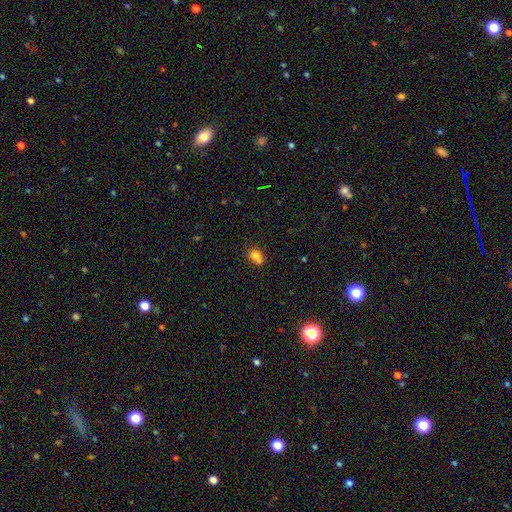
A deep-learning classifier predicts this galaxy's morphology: A smooth galaxy with no disk features (80%) that is in between round and cigar-shaped (69%). Merging: none (55%).